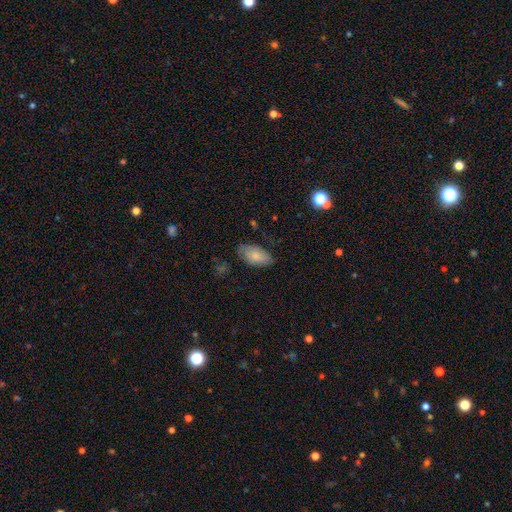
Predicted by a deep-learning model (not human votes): This is likely a smooth galaxy (77%). How rounded: clearly in between (94%). Merging: likely none (71%).